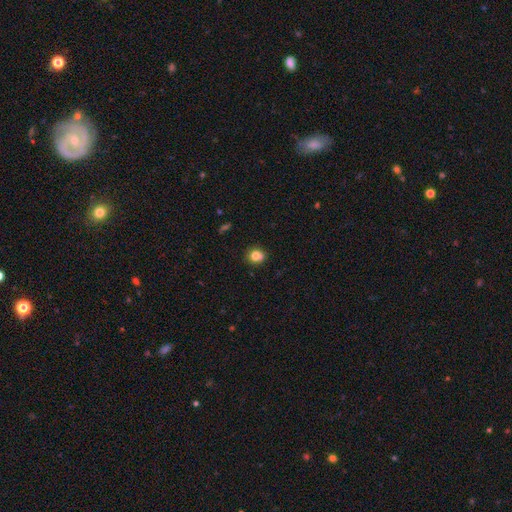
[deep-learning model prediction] This appears to be a smooth galaxy with no disk features (78%) that is round (81%). Merging: none (64%).